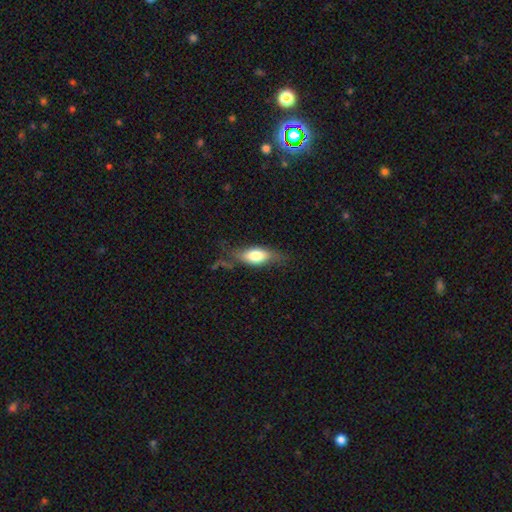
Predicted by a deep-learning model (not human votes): Smooth or featured?
  - smooth: 62% *
  - featured or disk: 31%
  - star or artifact: 7%
How rounded?
  - in between: 78% *
  - cigar-shaped: 17%
  - round: 5%
Merging?
  - none: 57% *
  - minor disturbance: 26%
  - major disturbance: 13%
  - merger: 3%